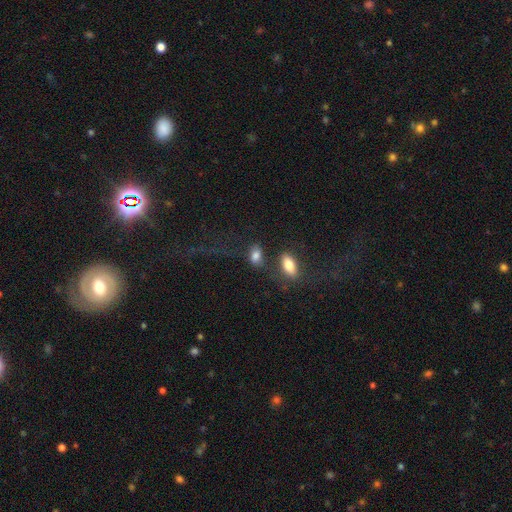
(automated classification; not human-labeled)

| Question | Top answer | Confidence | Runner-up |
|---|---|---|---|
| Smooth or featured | smooth | 81% | featured or disk (10%) |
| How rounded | in between | 88% | round (8%) |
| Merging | none | 49% | merger (24%) |